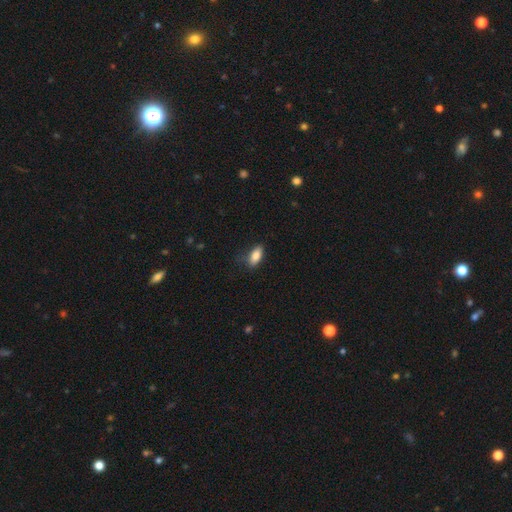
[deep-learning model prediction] A smooth galaxy with no disk features (84%) that is in between round and cigar-shaped (86%). Merging: none (73%).